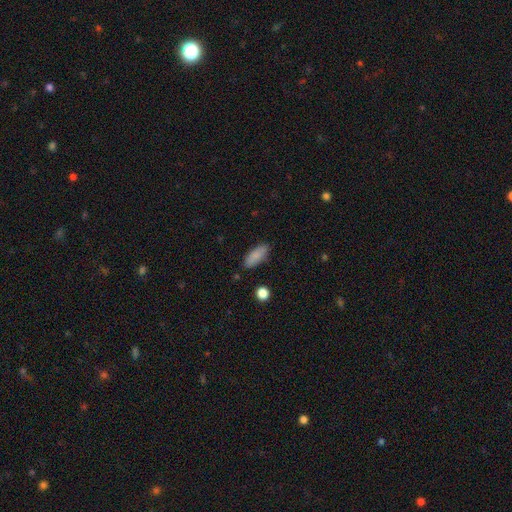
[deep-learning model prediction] Q: Smooth or featured?
A: smooth (87%); runner-up: star or artifact (7%)
Q: How rounded?
A: in between (70%); runner-up: cigar-shaped (28%)
Q: Merging?
A: none (84%); runner-up: minor disturbance (11%)